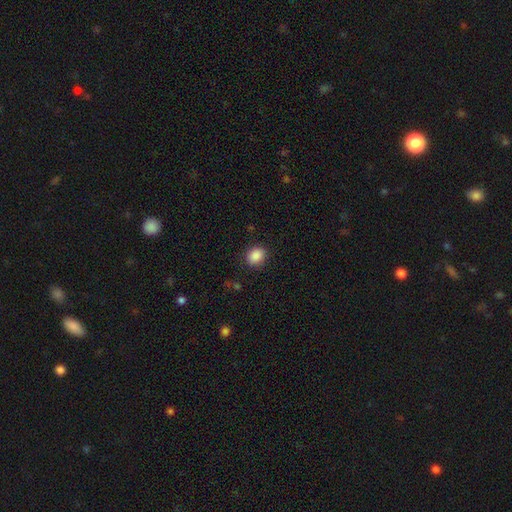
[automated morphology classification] Overall: smooth (88%). How rounded: round (51%; in between 49%). Merging: none (87%).